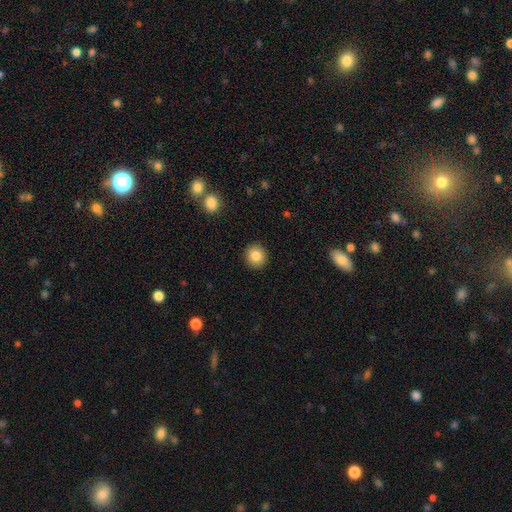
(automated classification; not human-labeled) Smooth or featured? smooth (84%)
How rounded? round (89%)
Merging? none (92%)